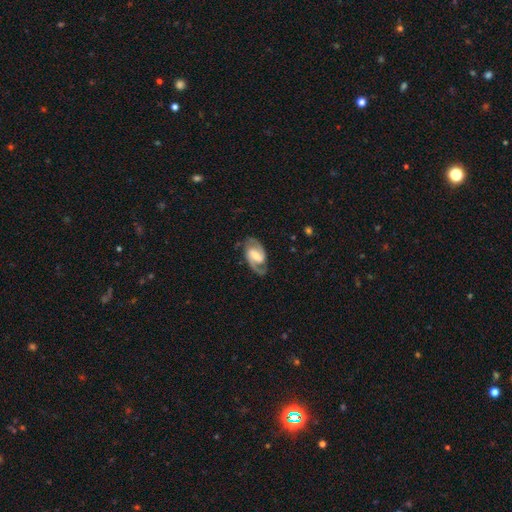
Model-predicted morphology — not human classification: Smooth or featured: featured or disk — 89% (smooth — 7%)
Edge-on disk: no — 97% (yes — 3%)
Bar: weak — 47% (strong — 34%)
Spiral arms: yes — 97% (no — 3%)
Spiral winding: medium — 57% (tight — 28%)
Spiral arm count: 2 — 93% (can't tell — 2%)
Bulge size: moderate — 46% (small — 38%)
Merging: none — 81% (minor disturbance — 13%)